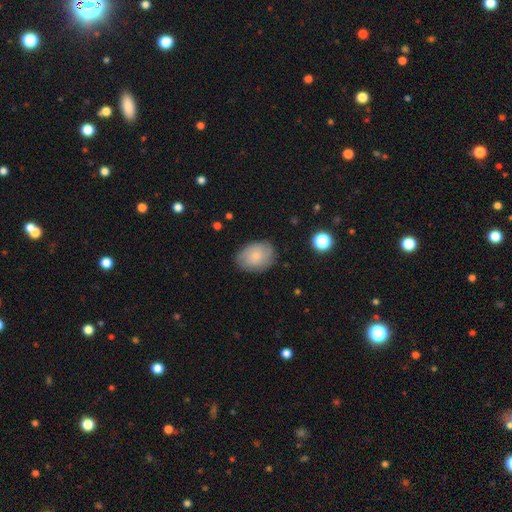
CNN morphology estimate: This is possibly a smooth galaxy (60%). How rounded: likely in between (68%). Merging: likely none (78%).